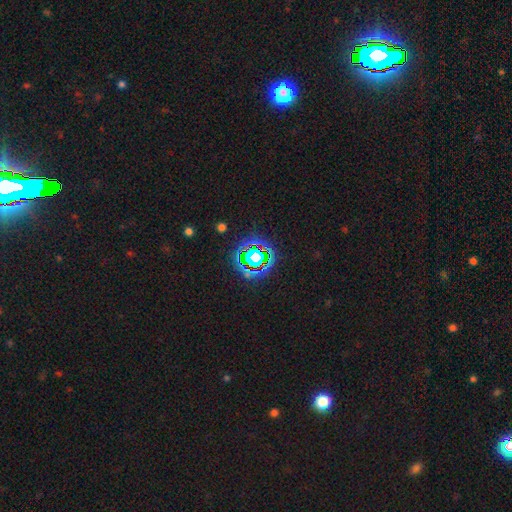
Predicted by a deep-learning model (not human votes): A star or artifact, not a galaxy (74%).